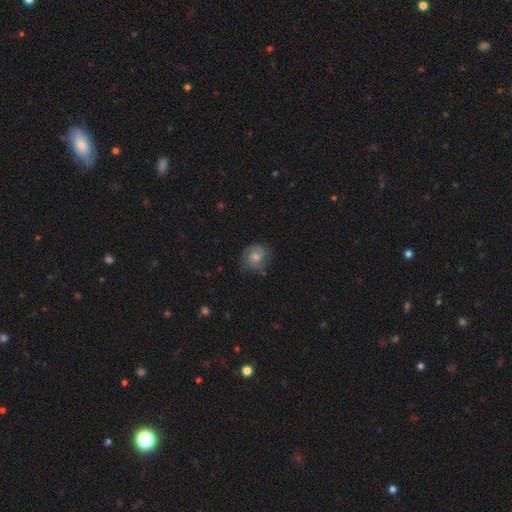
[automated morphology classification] This is likely a featured or disk galaxy (61%). It is clearly not viewed edge-on (97%). Bar: likely no (70%). Spiral arm pattern: clearly yes (91%). Spiral arm count: likely 2 (62%). Spiral winding: possibly tight (56%). Central bulge: possibly moderate (58%). Merging: likely none (78%).